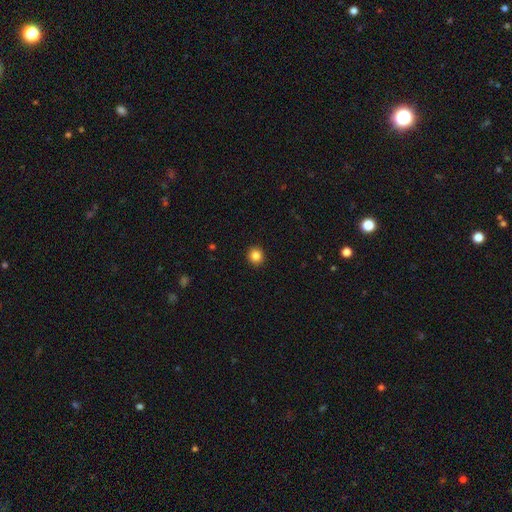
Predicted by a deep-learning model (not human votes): smooth-or-featured: smooth: 85% | star or artifact: 11% | featured or disk: 4%
  how-rounded: round: 89% | in between: 10% | cigar-shaped: 1%
  merging: none: 93% | minor disturbance: 5% | major disturbance: 2% | merger: 1%